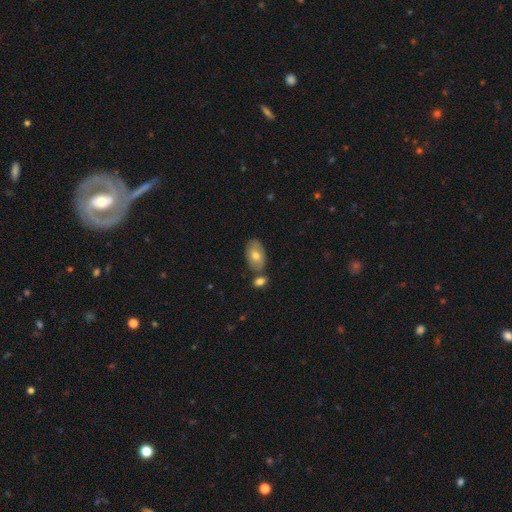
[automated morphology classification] smooth_or_featured: smooth (p=0.69) [alt: featured or disk p=0.23]
how_rounded: in between (p=0.92) [alt: round p=0.07]
merging: none (p=0.64) [alt: merger p=0.19]